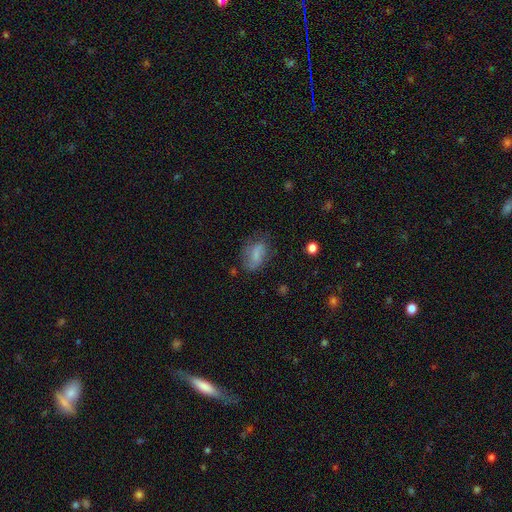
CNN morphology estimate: Smooth or featured? smooth (67%)
How rounded? in between (87%)
Merging? none (56%)